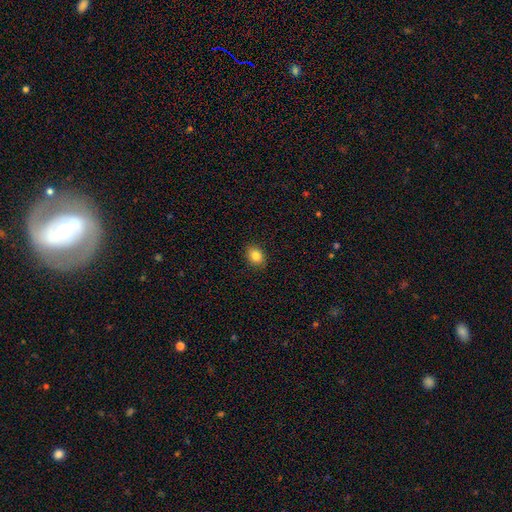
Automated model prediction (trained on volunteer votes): Smooth or featured? smooth (84%)
How rounded? in between (57%)
Merging? none (89%)